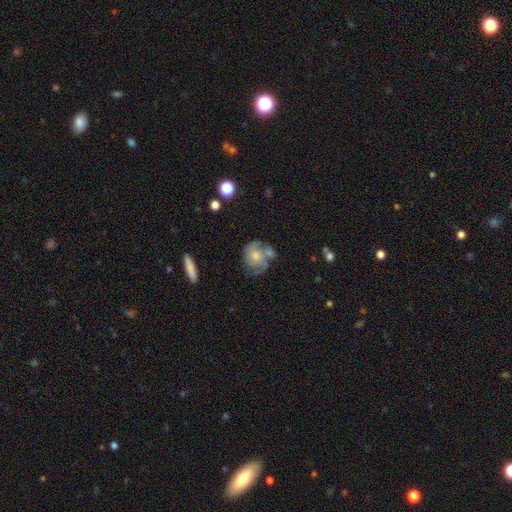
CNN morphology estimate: Smooth or featured?
  - featured or disk: 53% *
  - smooth: 40%
  - star or artifact: 7%
Edge-on disk?
  - no: 96% *
  - yes: 4%
Bar?
  - no: 80% *
  - weak: 17%
  - strong: 3%
Spiral arms?
  - yes: 75% *
  - no: 25%
Bulge size?
  - moderate: 54% *
  - small: 32%
  - large: 7%
  - none: 5%
  - dominant: 2%
Merging?
  - none: 46% *
  - minor disturbance: 21%
  - merger: 20%
  - major disturbance: 12%